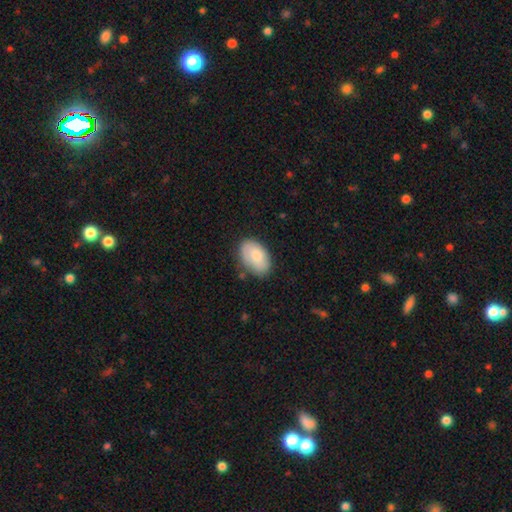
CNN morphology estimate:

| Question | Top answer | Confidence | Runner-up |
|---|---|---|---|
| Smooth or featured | smooth | 75% | featured or disk (19%) |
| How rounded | in between | 90% | round (8%) |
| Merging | none | 74% | minor disturbance (20%) |